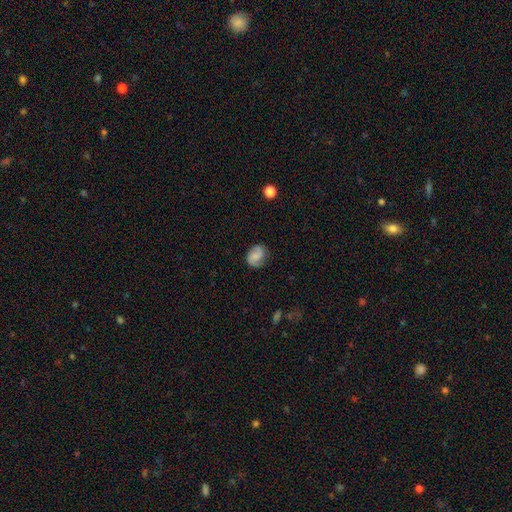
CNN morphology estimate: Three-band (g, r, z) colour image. It shows a smooth galaxy with no disk features (53%) that is in between round and cigar-shaped (55%). Merging: none (72%).